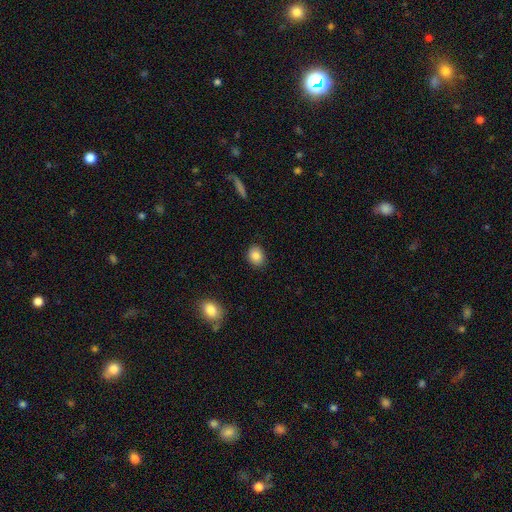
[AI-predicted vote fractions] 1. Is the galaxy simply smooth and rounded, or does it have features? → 85% smooth, 9% star or artifact, 6% featured or disk.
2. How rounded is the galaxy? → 52% in between, 47% round, 1% cigar-shaped.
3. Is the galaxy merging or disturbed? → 88% none, 9% minor disturbance, 2% major disturbance, 1% merger.